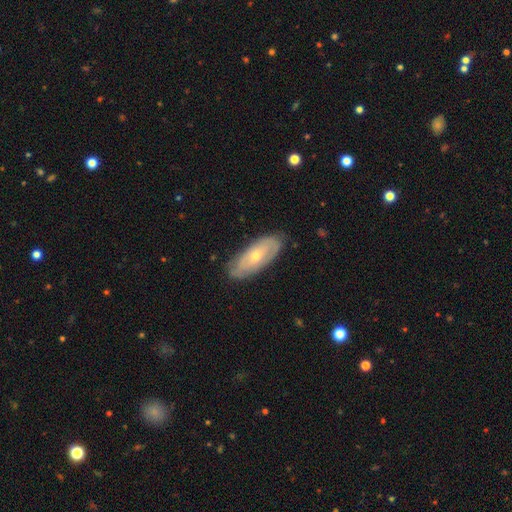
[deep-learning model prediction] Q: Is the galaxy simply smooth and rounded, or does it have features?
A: featured or disk — 59%.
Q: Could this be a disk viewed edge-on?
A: no — 83%.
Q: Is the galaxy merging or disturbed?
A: none — 82%.